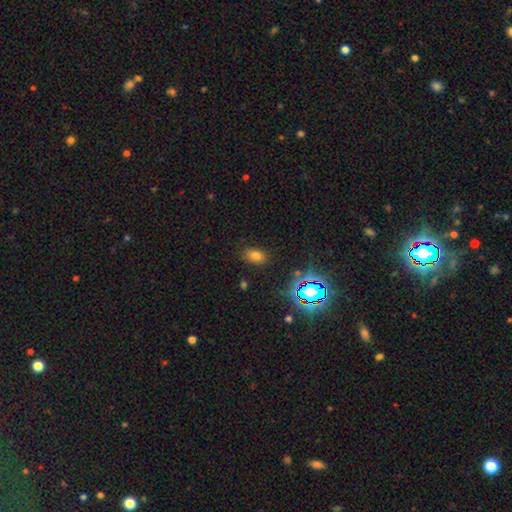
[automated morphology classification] A smooth galaxy with no disk features (71%) that is in between round and cigar-shaped (81%). Merging: none (83%).